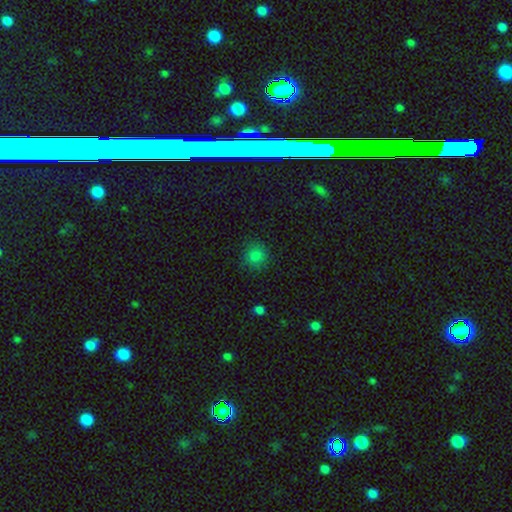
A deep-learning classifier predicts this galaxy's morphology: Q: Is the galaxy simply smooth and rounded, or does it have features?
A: smooth — 82%.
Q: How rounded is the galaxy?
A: round — 88%.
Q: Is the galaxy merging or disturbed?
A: none — 86%.